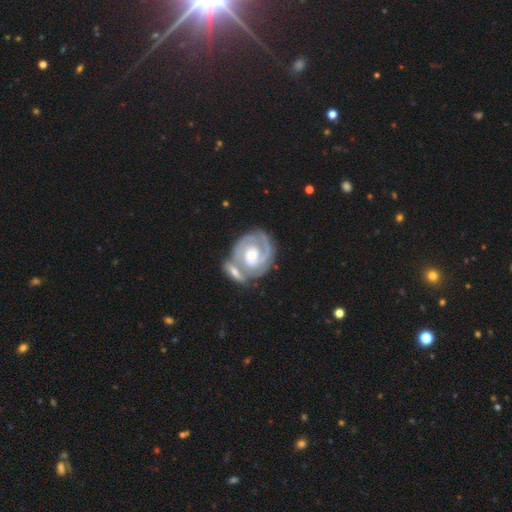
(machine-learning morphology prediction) Smooth or featured? Predicted: featured or disk (p=0.84). Edge-on disk? Predicted: no (p=0.97). Bar? Predicted: no (p=0.68). Spiral arms? Predicted: yes (p=0.90). Spiral winding? Predicted: tight (p=0.71). Spiral arm count? Predicted: 2 (p=0.46). Bulge size? Predicted: moderate (p=0.45). Merging? Predicted: none (p=0.42).